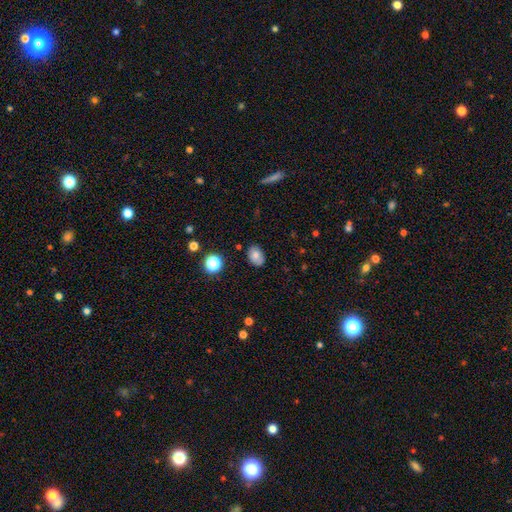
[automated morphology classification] Smooth or featured: smooth — 77% (featured or disk — 11%)
How rounded: in between — 74% (round — 25%)
Merging: none — 81% (minor disturbance — 14%)